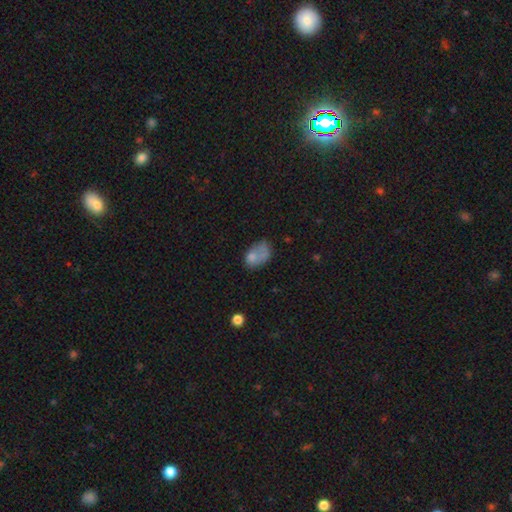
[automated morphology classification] Smooth or featured: smooth — 72% (featured or disk — 18%)
How rounded: in between — 85% (round — 14%)
Merging: none — 32% (minor disturbance — 27%)